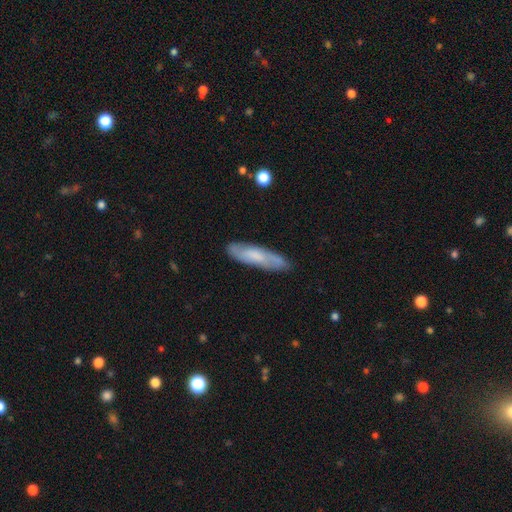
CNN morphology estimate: Smooth or featured? Predicted: smooth (p=0.57). How rounded? Predicted: cigar-shaped (p=0.69). Merging? Predicted: none (p=0.82).